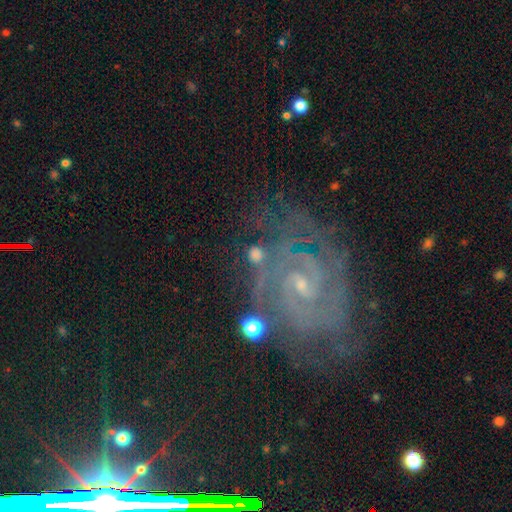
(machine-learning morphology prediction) smooth-or-featured: featured or disk: 67% | smooth: 20% | star or artifact: 13%
  disk-edge-on: no: 97% | yes: 3%
    bar: weak: 43% | no: 34% | strong: 24%
    has-spiral-arms: yes: 94% | no: 6%
      spiral-winding: tight: 61% | medium: 32% | loose: 6%
      spiral-arm-count: 2: 34% | can't tell: 20% | 3: 20% | 4: 11% | more than 4: 8% | 1: 7%
    bulge-size: small: 61% | moderate: 29% | none: 5% | large: 3% | dominant: 2%
  merging: none: 70% | minor disturbance: 15% | merger: 8% | major disturbance: 8%